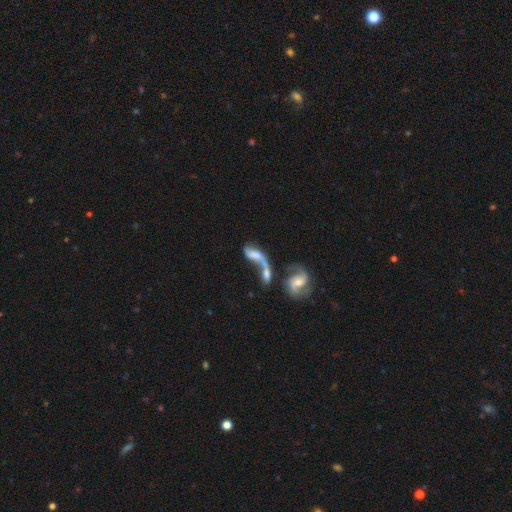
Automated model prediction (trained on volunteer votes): This is possibly a featured or disk galaxy (57%). It is clearly not viewed edge-on (91%). Bar: possibly no (56%). Spiral arm pattern: likely yes (73%). Central bulge: marginally moderate (30%, tied with none). Merging: likely merger (69%).